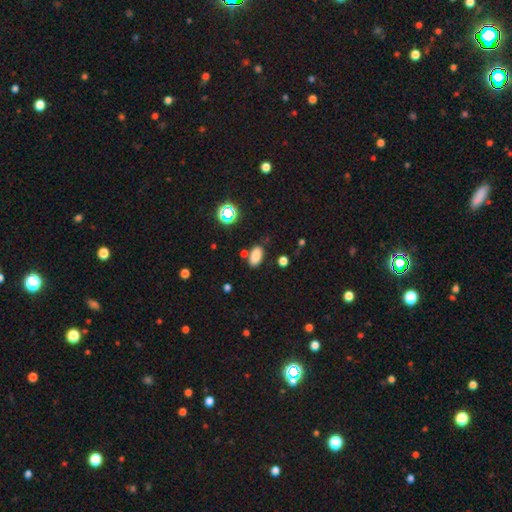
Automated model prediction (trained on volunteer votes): smooth-or-featured: smooth: 80% | star or artifact: 14% | featured or disk: 6%
  how-rounded: in between: 91% | round: 5% | cigar-shaped: 4%
  merging: none: 76% | minor disturbance: 13% | merger: 8% | major disturbance: 3%